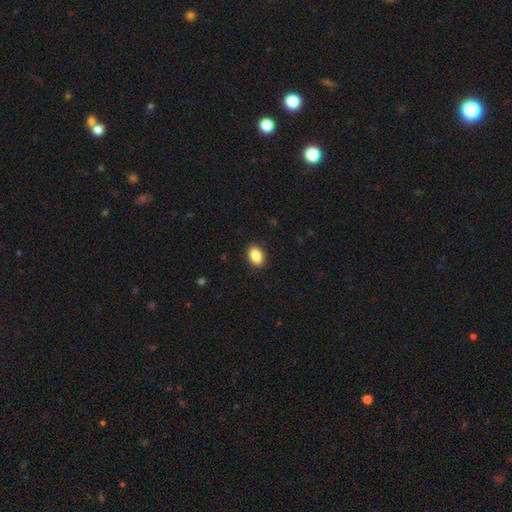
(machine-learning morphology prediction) Smooth or featured?
  - smooth: 89% *
  - star or artifact: 8%
  - featured or disk: 4%
How rounded?
  - in between: 82% *
  - round: 17%
  - cigar-shaped: 1%
Merging?
  - none: 89% *
  - minor disturbance: 8%
  - major disturbance: 2%
  - merger: 1%